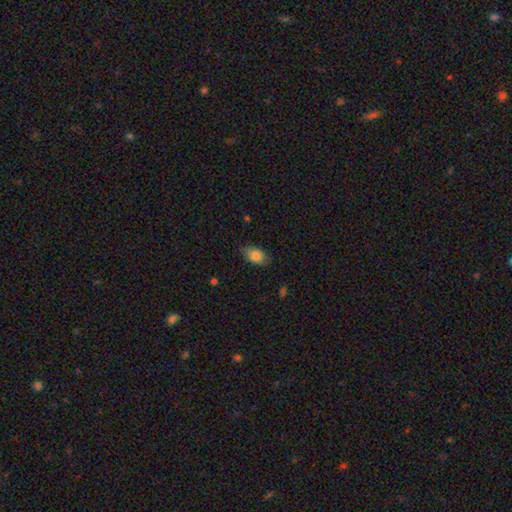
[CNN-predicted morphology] Smooth or featured: smooth — 83% (featured or disk — 9%)
How rounded: in between — 87% (round — 11%)
Merging: none — 76% (minor disturbance — 19%)